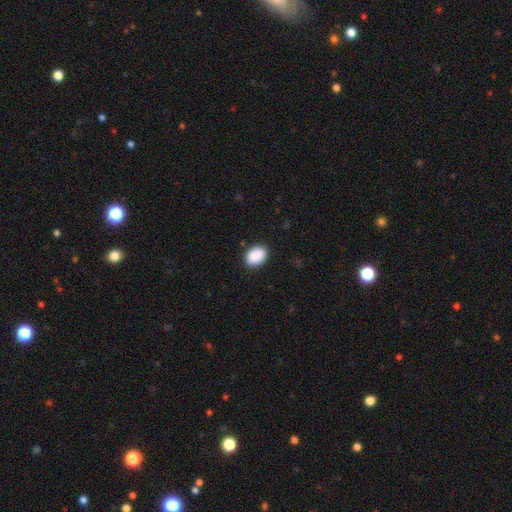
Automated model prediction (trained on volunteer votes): This appears to be a smooth galaxy with no disk features (90%) that is in between round and cigar-shaped (74%). Merging: none (87%).